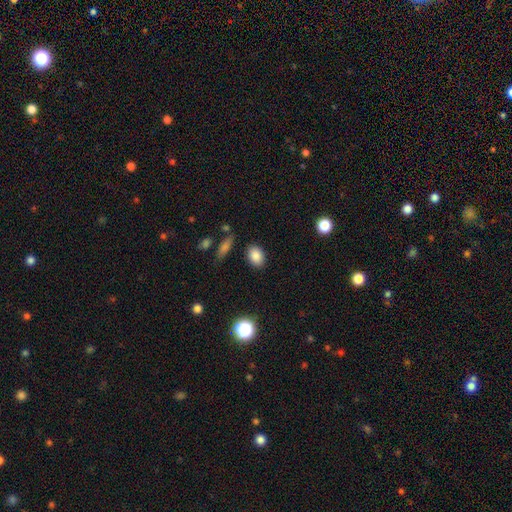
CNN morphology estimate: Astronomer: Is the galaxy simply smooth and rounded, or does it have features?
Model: smooth — 85%.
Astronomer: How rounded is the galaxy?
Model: in between — 74%.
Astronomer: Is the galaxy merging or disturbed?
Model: none — 85%.